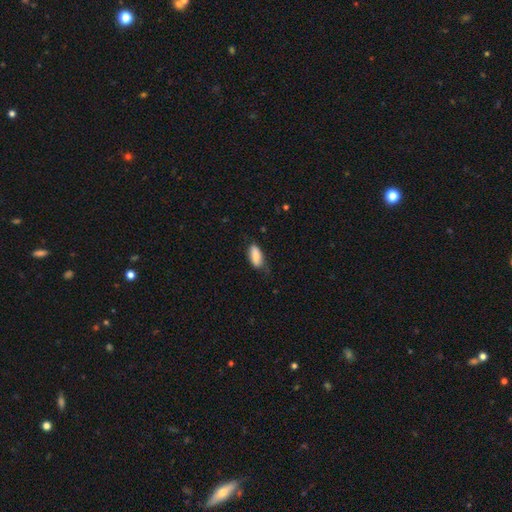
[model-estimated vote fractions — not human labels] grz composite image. It shows a smooth galaxy with no disk features (84%) that is in between round and cigar-shaped (86%). Merging: none (63%).